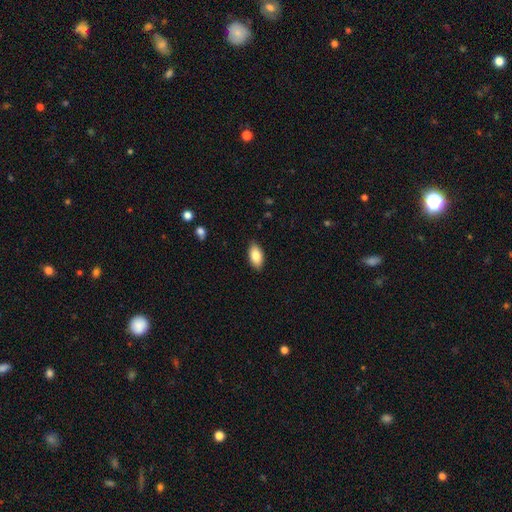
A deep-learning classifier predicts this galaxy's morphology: This appears to be a smooth galaxy with no disk features (84%) that is in between round and cigar-shaped (93%). Merging: none (88%).